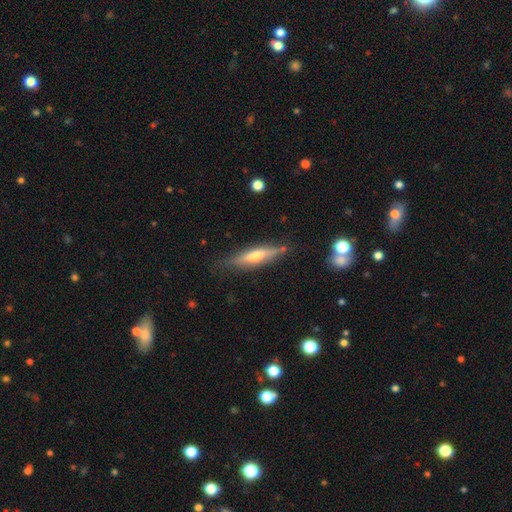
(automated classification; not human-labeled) Smooth or featured?
  - featured or disk: 55% *
  - smooth: 39%
  - star or artifact: 6%
Edge-on disk?
  - yes: 92% *
  - no: 8%
Edge-on bulge?
  - rounded: 82% *
  - none: 11%
  - boxy: 7%
Merging?
  - none: 80% *
  - minor disturbance: 14%
  - major disturbance: 3%
  - merger: 3%